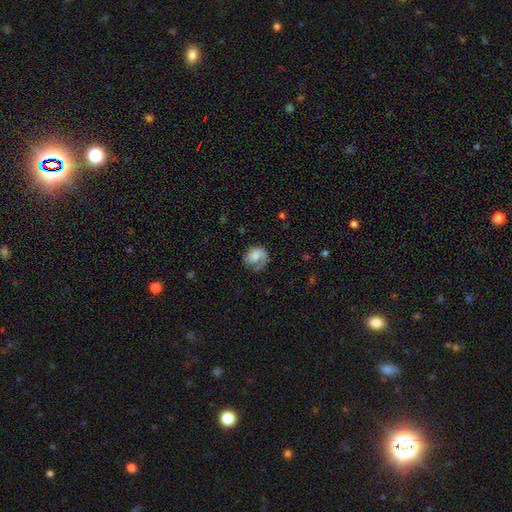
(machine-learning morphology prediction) Smooth or featured?
  - smooth: 50% *
  - featured or disk: 43%
  - star or artifact: 8%
Merging?
  - none: 50% *
  - minor disturbance: 25%
  - major disturbance: 23%
  - merger: 2%